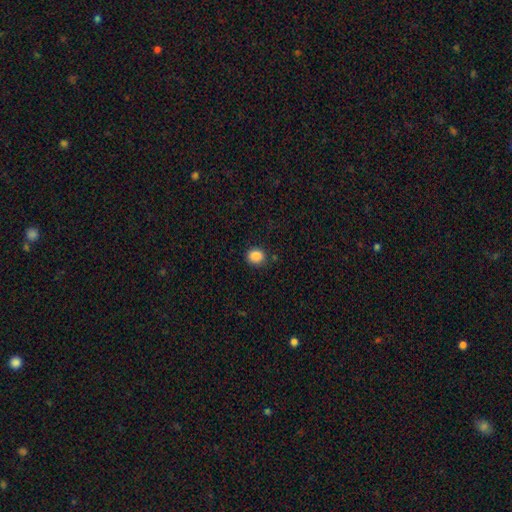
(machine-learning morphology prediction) Smooth or featured: smooth — 87% (star or artifact — 10%)
How rounded: round — 74% (in between — 25%)
Merging: none — 87% (minor disturbance — 9%)